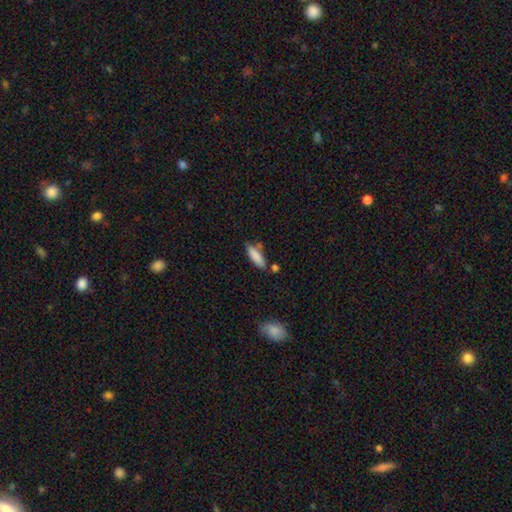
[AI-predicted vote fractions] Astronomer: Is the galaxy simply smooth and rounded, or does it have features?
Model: smooth — 86%.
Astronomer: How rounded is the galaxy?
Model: in between — 55% (runner-up: cigar-shaped, 44%).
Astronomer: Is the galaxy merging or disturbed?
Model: none — 71%.